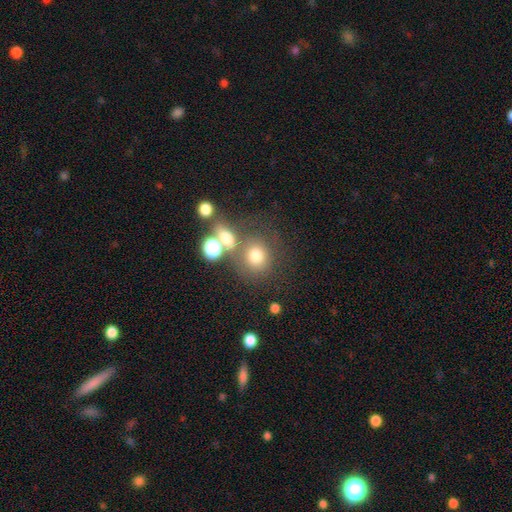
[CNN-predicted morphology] The model was most divided on "merging": none: 58%, merger: 23%, minor disturbance: 12%, major disturbance: 8%. More confident: how rounded — round (81%); smooth or featured — smooth (73%).